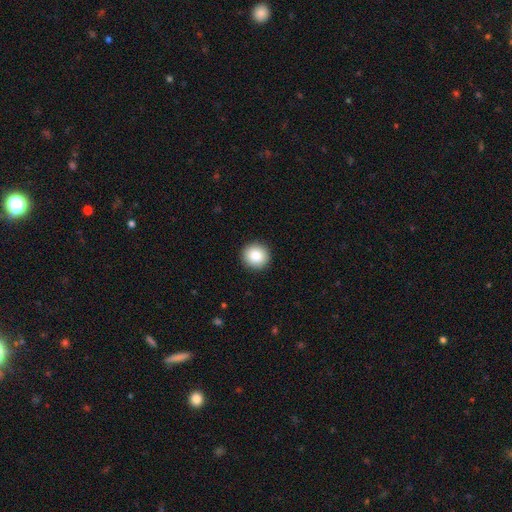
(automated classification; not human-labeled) Overall: smooth (85%). How rounded: round (94%). Merging: none (93%).